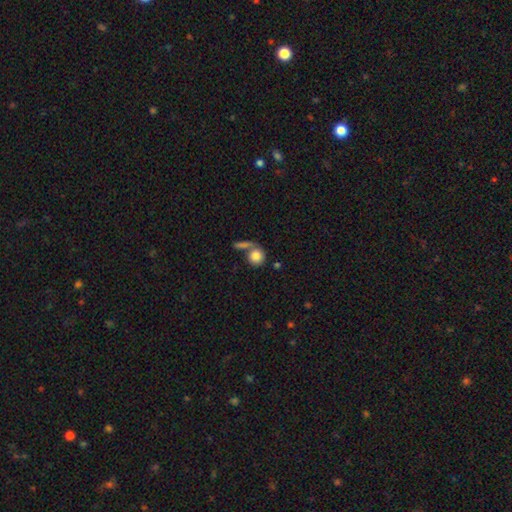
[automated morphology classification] Smooth or featured? Predicted: smooth (p=0.83). How rounded? Predicted: round (p=0.82). Merging? Predicted: none (p=0.51).